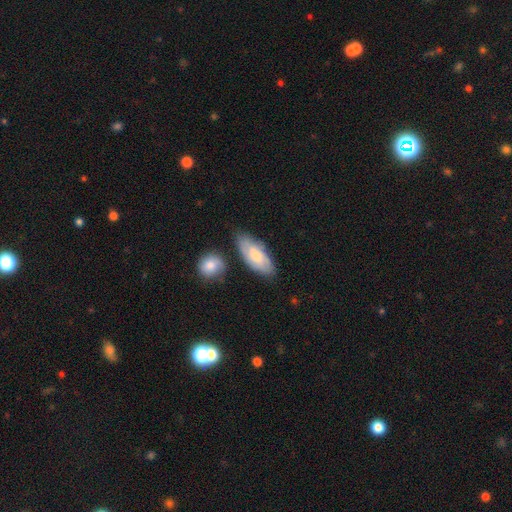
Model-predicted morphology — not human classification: type=smooth (63%); roundness=in between (86%); merging=none (69%).